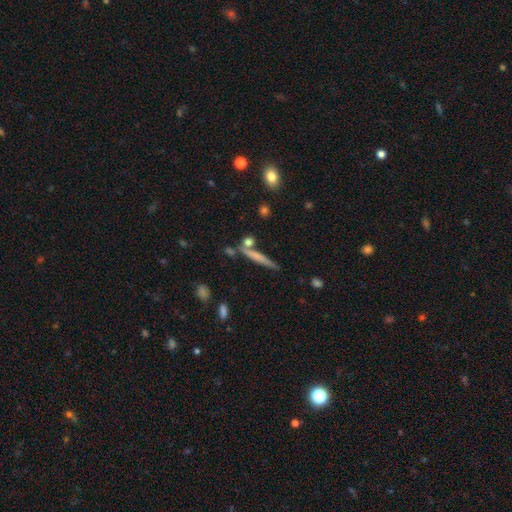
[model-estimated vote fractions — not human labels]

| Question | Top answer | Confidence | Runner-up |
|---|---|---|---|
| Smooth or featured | smooth | 49% | featured or disk (42%) |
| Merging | none | 71% | merger (13%) |